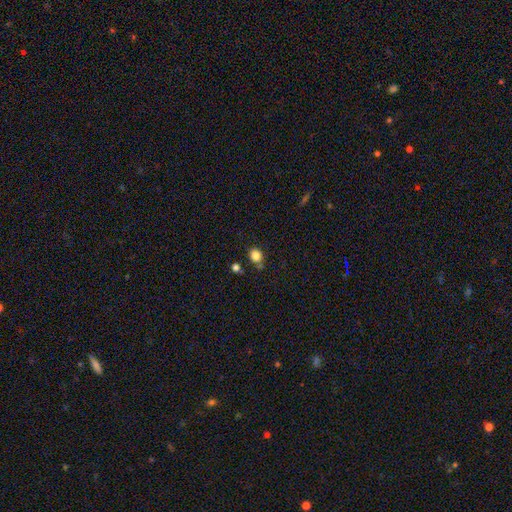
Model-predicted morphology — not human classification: A smooth galaxy with no disk features (83%) that is round (65%).

Vote fractions:
- Smooth or featured? smooth: 83% / star or artifact: 12% / featured or disk: 5%
- How rounded? round: 65% / in between: 34% / cigar-shaped: 1%
- Merging? none: 73% / minor disturbance: 14% / merger: 9% / major disturbance: 4%